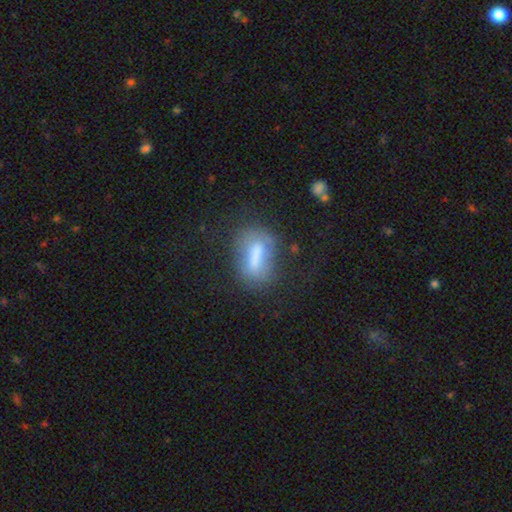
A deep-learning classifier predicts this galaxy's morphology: Smooth or featured? smooth (60%)
How rounded? in between (67%)
Merging? none (52%)